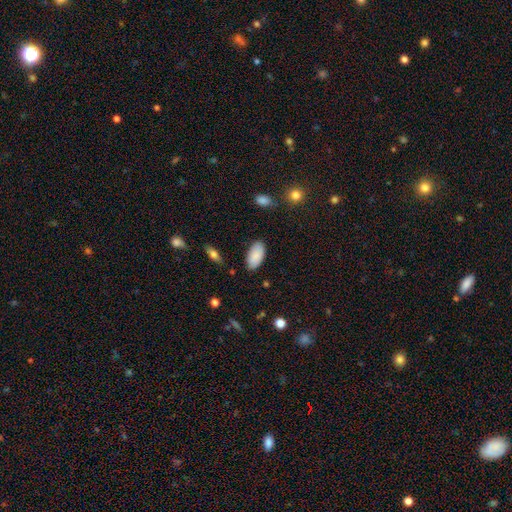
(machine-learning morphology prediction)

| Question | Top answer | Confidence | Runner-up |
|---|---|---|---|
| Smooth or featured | smooth | 89% | star or artifact (6%) |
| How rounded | in between | 94% | cigar-shaped (4%) |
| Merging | none | 85% | minor disturbance (12%) |